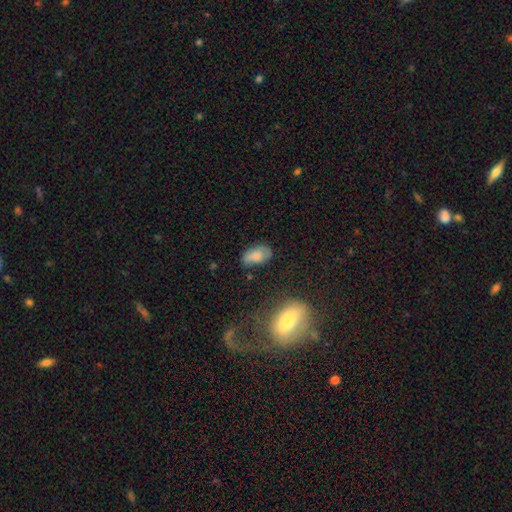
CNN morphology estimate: Smooth or featured: smooth — 72% (featured or disk — 18%)
How rounded: in between — 91% (round — 6%)
Merging: none — 57% (minor disturbance — 30%)